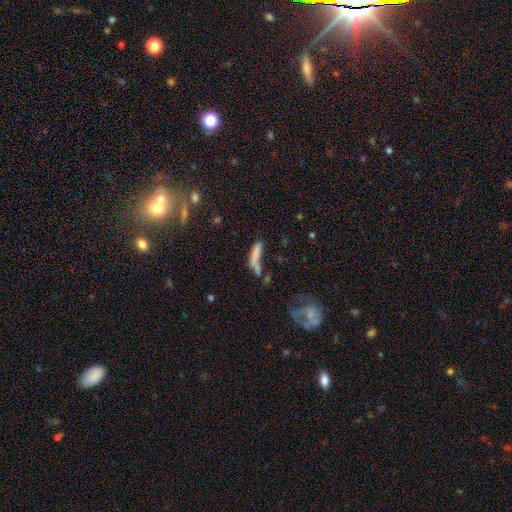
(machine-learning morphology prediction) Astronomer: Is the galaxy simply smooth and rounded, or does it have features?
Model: smooth — 69%.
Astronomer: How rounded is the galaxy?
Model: cigar-shaped — 71%.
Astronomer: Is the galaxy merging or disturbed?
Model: none — 36% (runner-up: merger, 28%).